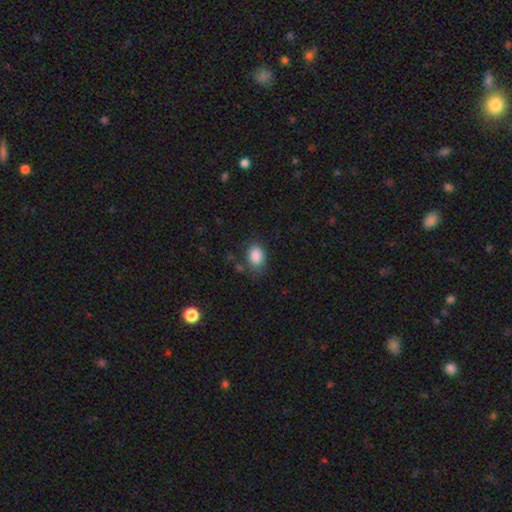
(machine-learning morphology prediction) A smooth galaxy with no disk features (87%) that is in between round and cigar-shaped (79%).

Vote fractions:
- Smooth or featured? smooth: 87% / star or artifact: 8% / featured or disk: 4%
- How rounded? in between: 79% / round: 20% / cigar-shaped: 1%
- Merging? none: 70% / minor disturbance: 21% / major disturbance: 6% / merger: 3%